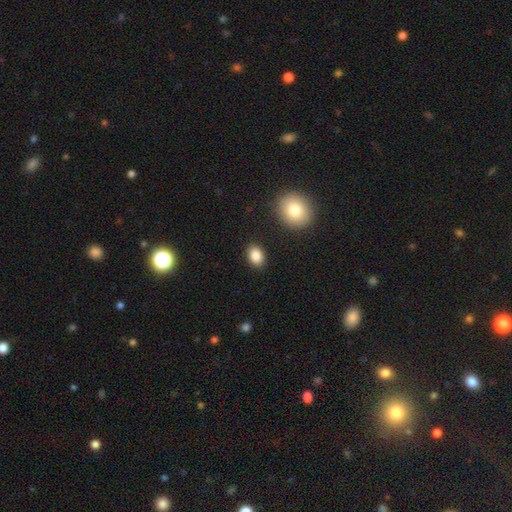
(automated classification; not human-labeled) Smooth or featured? Predicted: smooth (p=0.86). How rounded? Predicted: in between (p=0.78). Merging? Predicted: none (p=0.88).